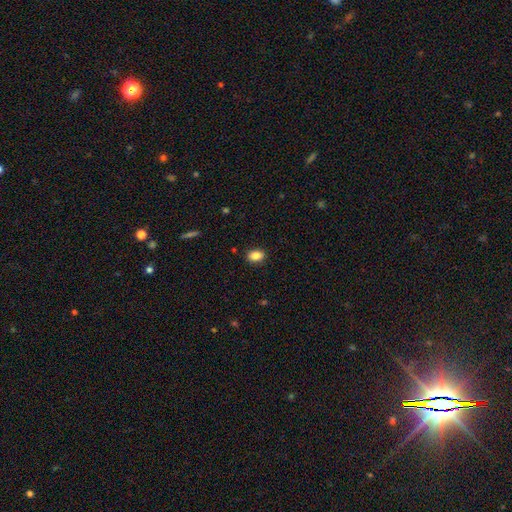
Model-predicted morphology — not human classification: Smooth or featured?
  - smooth: 86% *
  - star or artifact: 9%
  - featured or disk: 6%
How rounded?
  - in between: 74% *
  - round: 25%
  - cigar-shaped: 1%
Merging?
  - none: 89% *
  - minor disturbance: 8%
  - major disturbance: 2%
  - merger: 1%